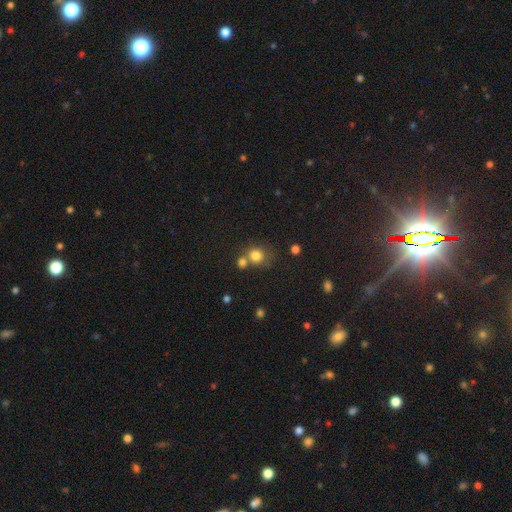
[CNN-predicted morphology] A smooth galaxy with no disk features (80%) that is round (82%). Merging: none (51%).